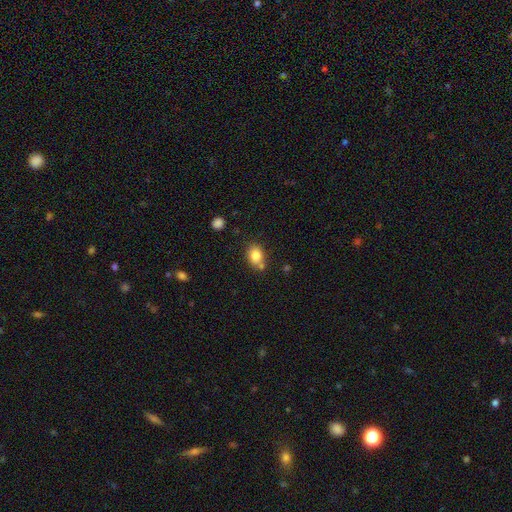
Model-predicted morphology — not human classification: This appears to be a smooth galaxy with no disk features (82%) that is in between round and cigar-shaped (62%). Merging: none (63%).